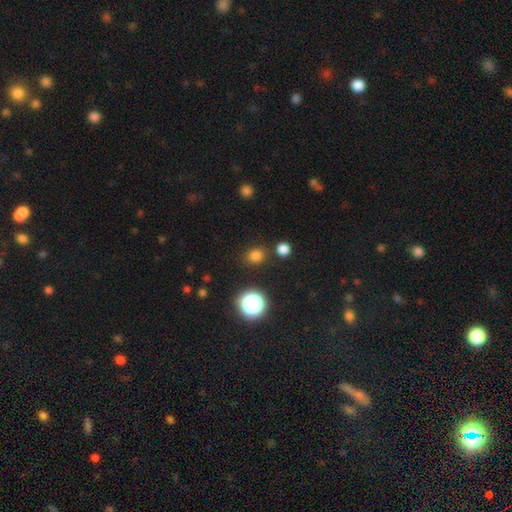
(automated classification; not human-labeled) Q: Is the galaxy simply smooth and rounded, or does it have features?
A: smooth — 78%.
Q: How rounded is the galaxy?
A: round — 73%.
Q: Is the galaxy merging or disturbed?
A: none — 85%.